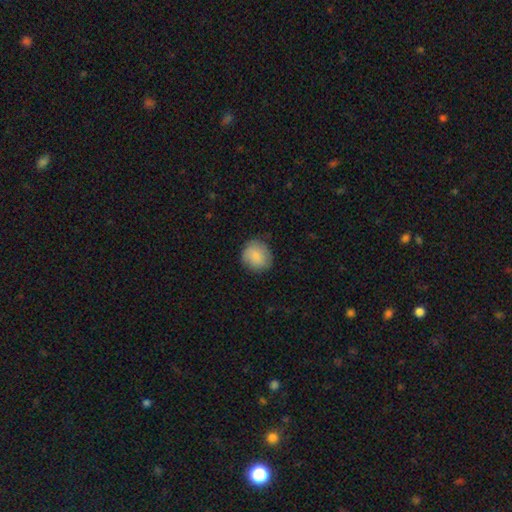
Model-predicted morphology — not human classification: The model was most divided on "merging": none: 81%, minor disturbance: 15%, major disturbance: 3%, merger: 1%. More confident: how rounded — round (85%); smooth or featured — smooth (84%).